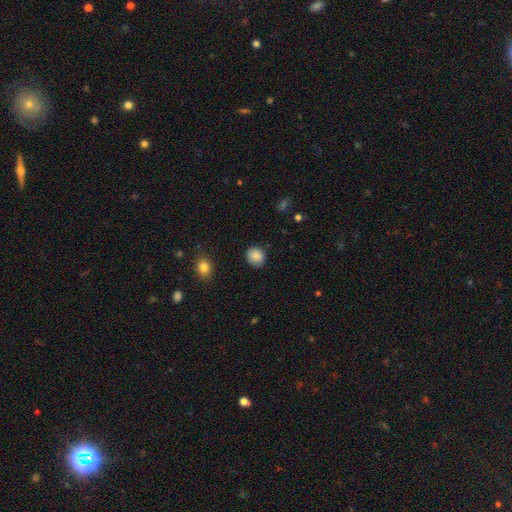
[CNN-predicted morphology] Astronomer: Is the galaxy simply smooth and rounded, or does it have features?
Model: smooth — 87%.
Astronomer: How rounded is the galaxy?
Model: round — 80%.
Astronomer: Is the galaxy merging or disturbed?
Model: none — 88%.